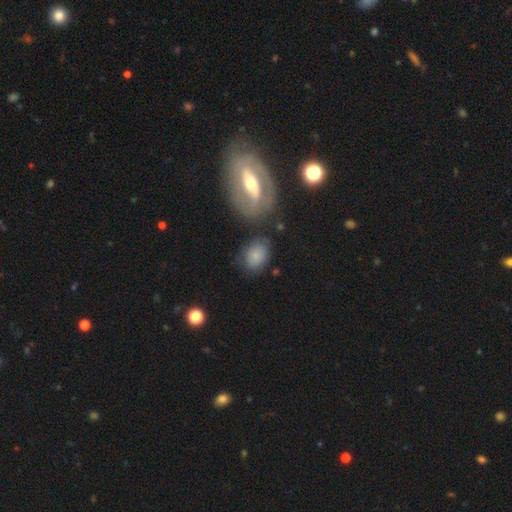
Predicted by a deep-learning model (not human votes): Q: Smooth or featured?
A: smooth (75%); runner-up: featured or disk (16%)
Q: How rounded?
A: in between (70%); runner-up: round (29%)
Q: Merging?
A: none (64%); runner-up: minor disturbance (19%)